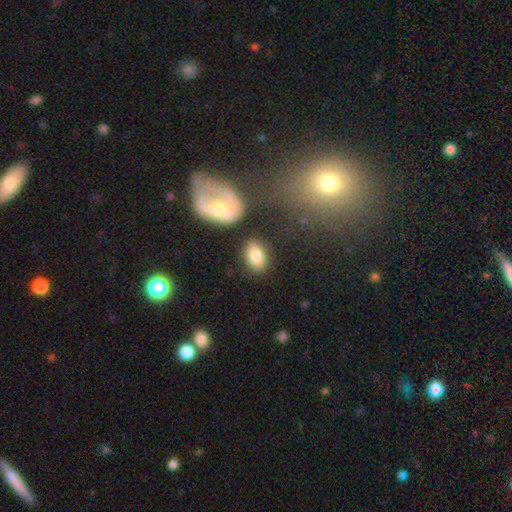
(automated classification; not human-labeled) Morphology: type=smooth (81%); roundness=in between (82%); merging=none (80%).